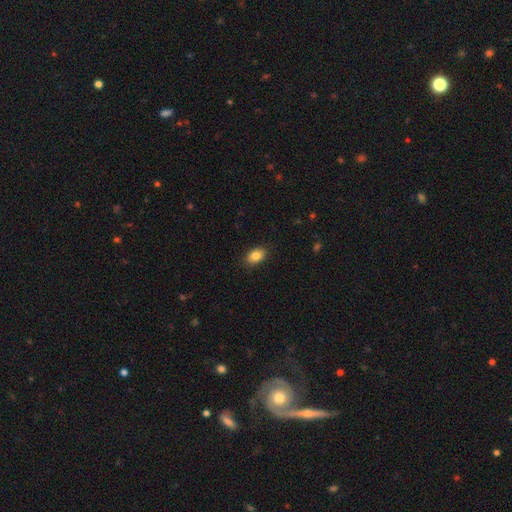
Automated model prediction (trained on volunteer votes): Smooth or featured? Predicted: smooth (p=0.85). How rounded? Predicted: in between (p=0.86). Merging? Predicted: none (p=0.88).